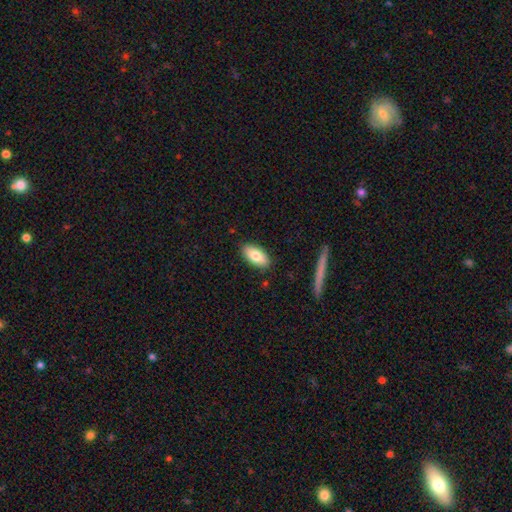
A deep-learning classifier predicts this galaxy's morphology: Smooth or featured: smooth — 78% (featured or disk — 16%)
How rounded: in between — 91% (cigar-shaped — 6%)
Merging: none — 86% (minor disturbance — 10%)